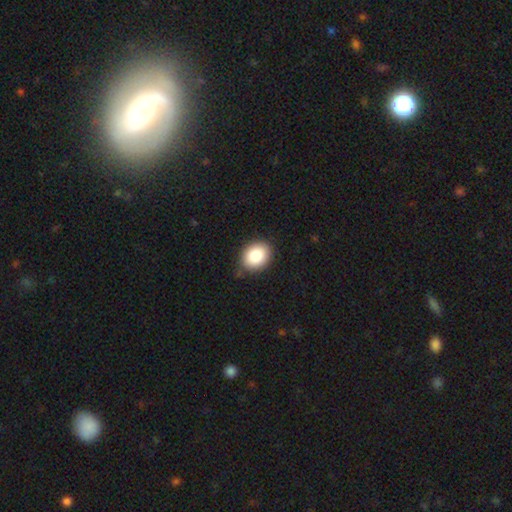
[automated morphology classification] smooth 86%, star or artifact 8%, featured or disk 6%. Down the decision tree: how rounded — in between (59%); merging — none (83%).